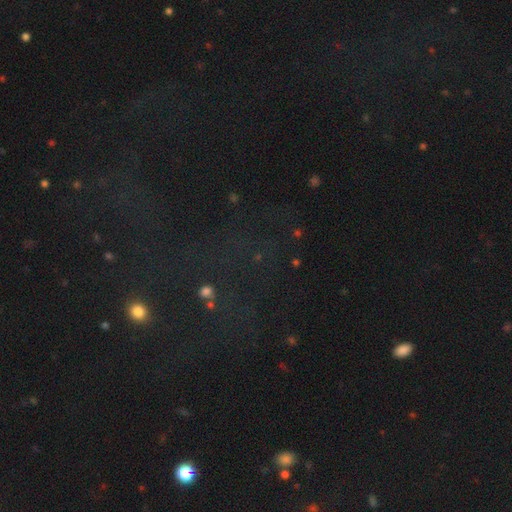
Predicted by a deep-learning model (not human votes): Smooth or featured? star or artifact (69%)